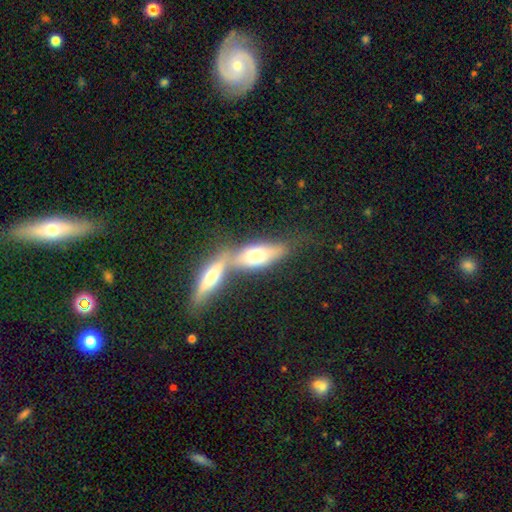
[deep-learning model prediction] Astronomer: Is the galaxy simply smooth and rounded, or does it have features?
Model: smooth — 59% (runner-up: featured or disk, 35%).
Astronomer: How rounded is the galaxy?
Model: in between — 63%.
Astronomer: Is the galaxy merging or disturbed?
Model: merger — 54% (runner-up: none, 33%).